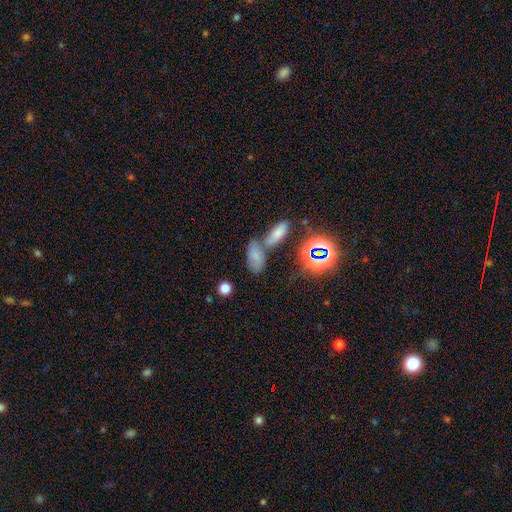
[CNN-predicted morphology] Smooth or featured?
  - smooth: 65% *
  - star or artifact: 20%
  - featured or disk: 15%
How rounded?
  - in between: 88% *
  - cigar-shaped: 7%
  - round: 5%
Merging?
  - none: 42% *
  - merger: 37%
  - minor disturbance: 14%
  - major disturbance: 7%